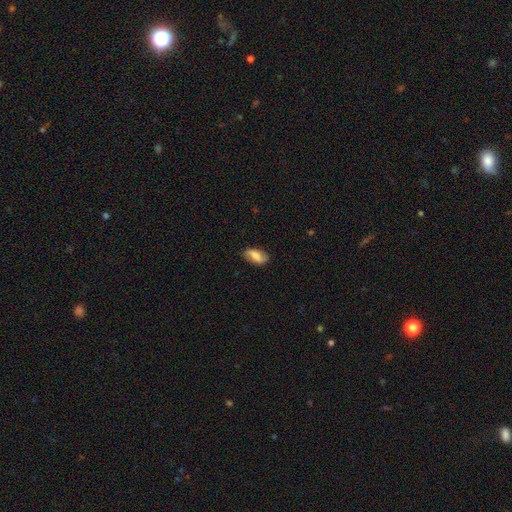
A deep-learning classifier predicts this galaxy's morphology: A smooth galaxy with no disk features (58%) that is in between round and cigar-shaped (88%). Merging: none (79%).